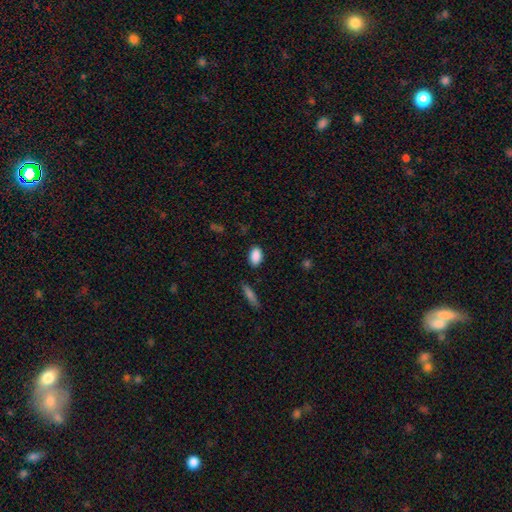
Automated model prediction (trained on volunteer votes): This appears to be a smooth galaxy with no disk features (89%) that is in between round and cigar-shaped (91%). Merging: none (85%).